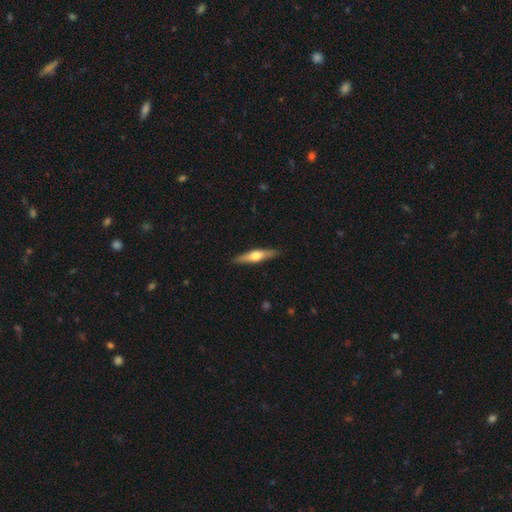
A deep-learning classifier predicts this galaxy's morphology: Smooth or featured? Predicted: featured or disk (p=0.59). Edge-on disk? Predicted: yes (p=0.96). Edge-on bulge? Predicted: rounded (p=0.92). Merging? Predicted: none (p=0.89).